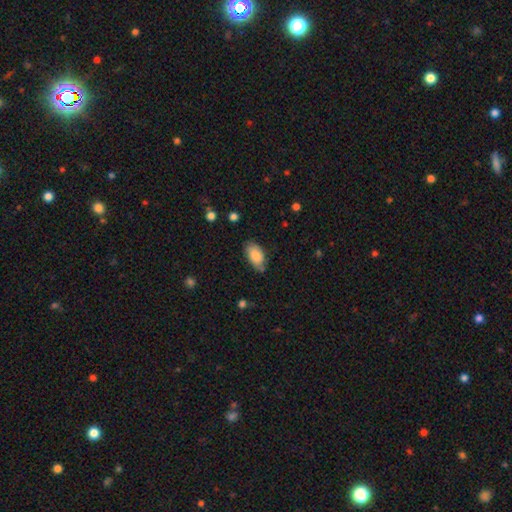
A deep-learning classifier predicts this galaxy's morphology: A smooth galaxy with no disk features (82%) that is in between round and cigar-shaped (94%). Merging: none (71%).